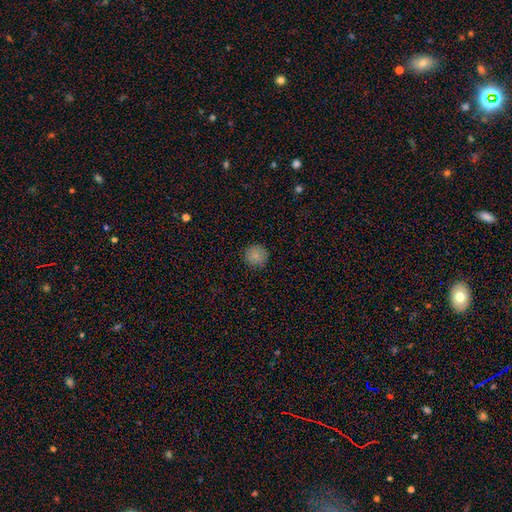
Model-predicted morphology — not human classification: Overall: smooth (83%). How rounded: round (94%). Merging: none (90%).